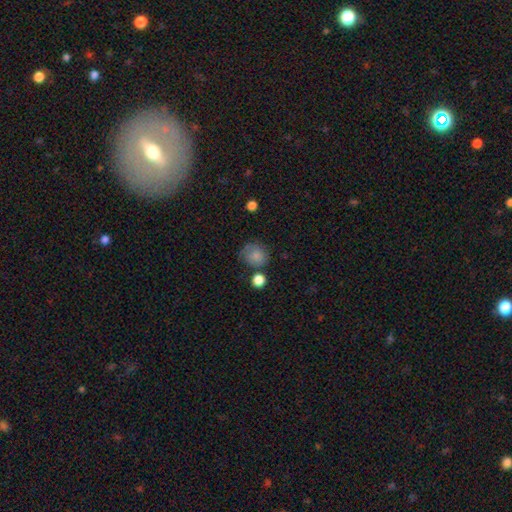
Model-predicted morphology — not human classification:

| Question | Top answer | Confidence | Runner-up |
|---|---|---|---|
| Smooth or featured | smooth | 79% | featured or disk (11%) |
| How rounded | round | 77% | in between (22%) |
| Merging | none | 58% | minor disturbance (24%) |